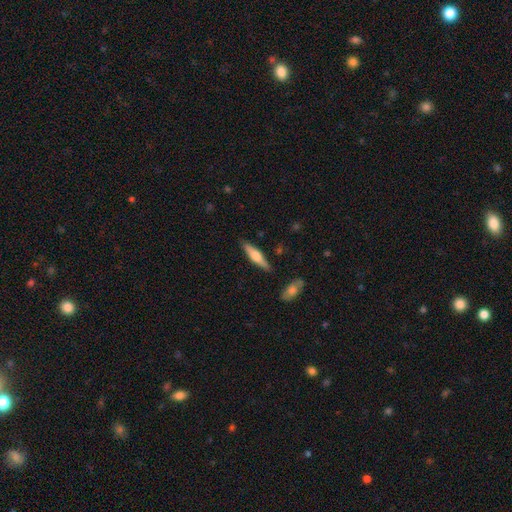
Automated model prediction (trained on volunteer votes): Morphology: type=featured or disk (51%); edge-on=yes (95%); merging=none (87%).